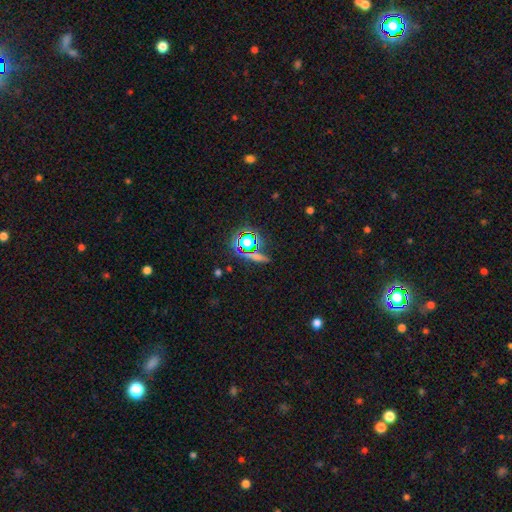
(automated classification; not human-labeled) Smooth or featured? Predicted: star or artifact (p=0.66).